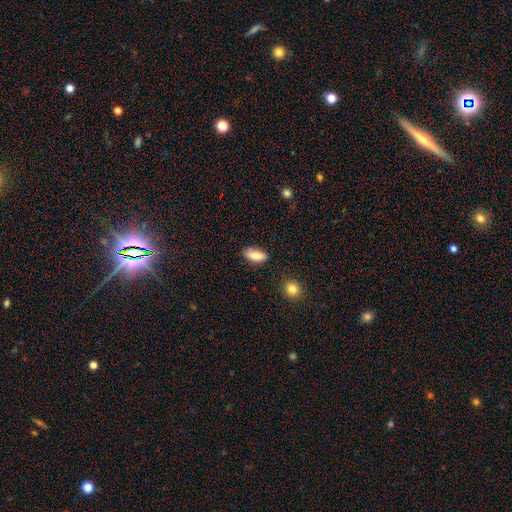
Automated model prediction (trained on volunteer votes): Morphology: type=smooth (85%); roundness=in between (88%); merging=none (79%).